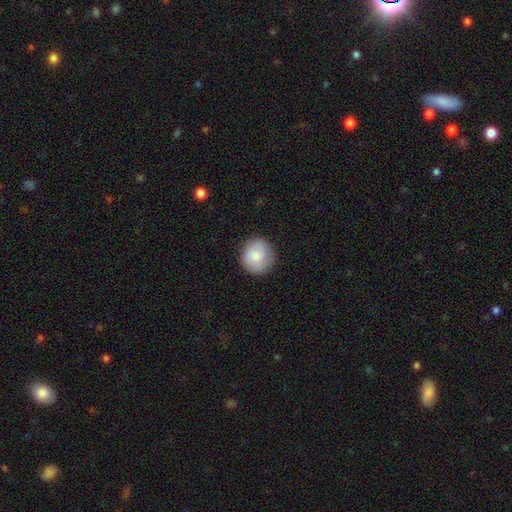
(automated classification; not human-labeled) Smooth or featured? smooth (76%)
How rounded? round (88%)
Merging? none (86%)